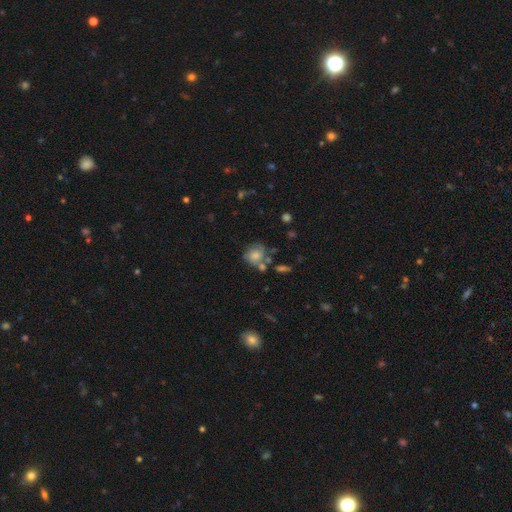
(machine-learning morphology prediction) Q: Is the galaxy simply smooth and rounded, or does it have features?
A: smooth — 54%.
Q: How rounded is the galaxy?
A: round — 68%.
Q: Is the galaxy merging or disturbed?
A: none — 46%.